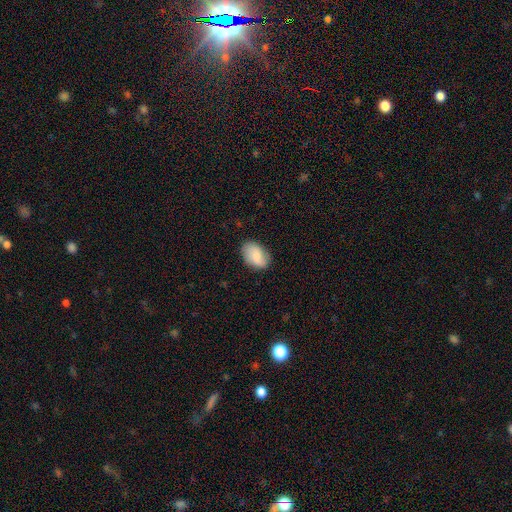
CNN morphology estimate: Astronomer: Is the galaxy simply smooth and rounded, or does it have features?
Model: smooth — 75%.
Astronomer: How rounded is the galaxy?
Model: in between — 88%.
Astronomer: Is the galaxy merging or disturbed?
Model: none — 82%.